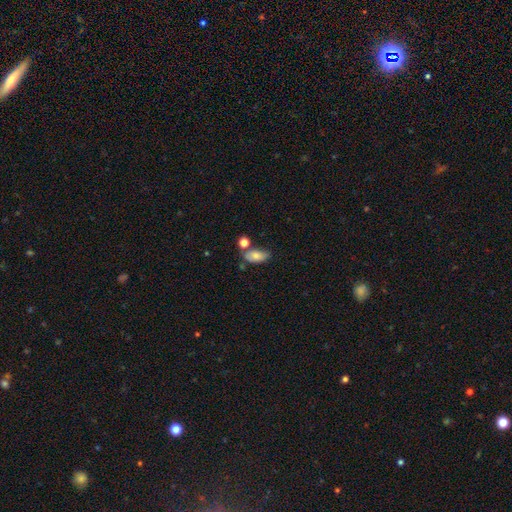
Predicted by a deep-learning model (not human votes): smooth_or_featured: smooth (p=0.76) [alt: featured or disk p=0.15]
how_rounded: in between (p=0.89) [alt: round p=0.06]
merging: none (p=0.54) [alt: minor disturbance p=0.23]